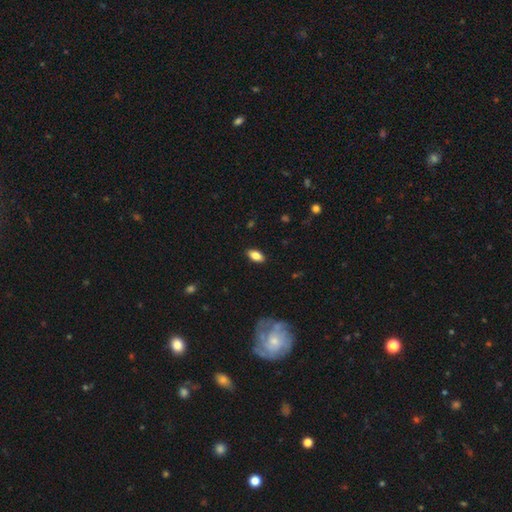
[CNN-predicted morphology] Smooth or featured? smooth (83%)
How rounded? in between (91%)
Merging? none (88%)